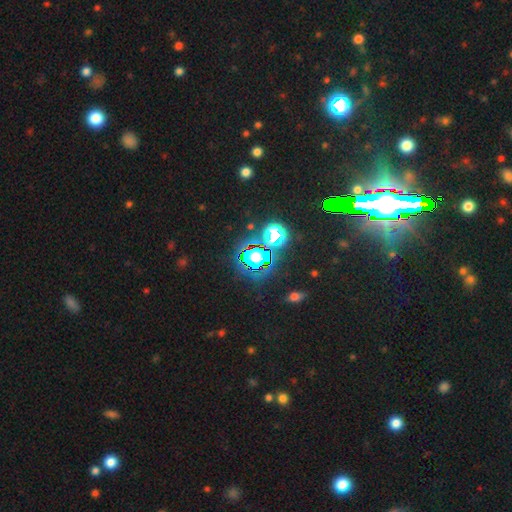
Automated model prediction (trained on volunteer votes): Overall: star or artifact (84%).